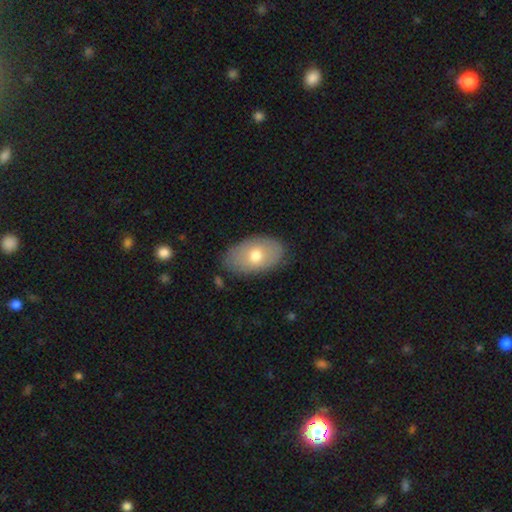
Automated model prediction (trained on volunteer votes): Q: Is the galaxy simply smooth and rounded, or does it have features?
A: smooth — 67%.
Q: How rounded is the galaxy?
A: in between — 92%.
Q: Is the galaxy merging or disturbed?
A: none — 81%.